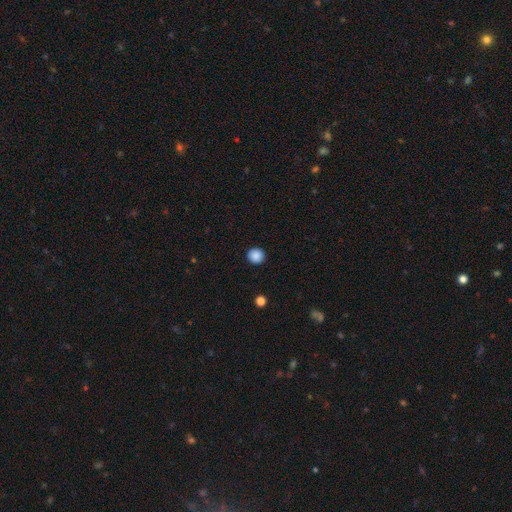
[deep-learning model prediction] This appears to be a smooth galaxy with no disk features (88%) that is round (92%). Merging: none (92%).